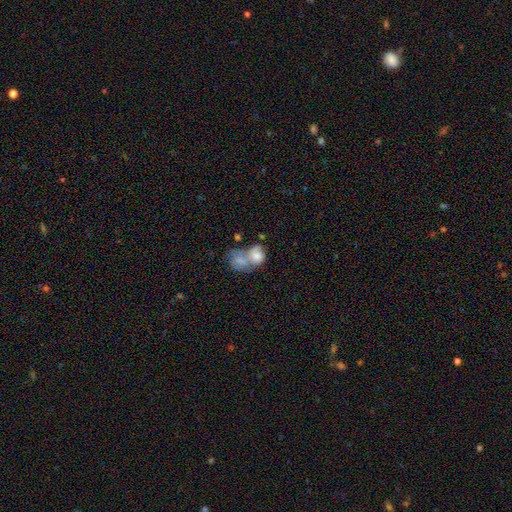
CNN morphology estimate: A smooth galaxy with no disk features (63%) that is in between round and cigar-shaped (52%). Merging: merger (69%).